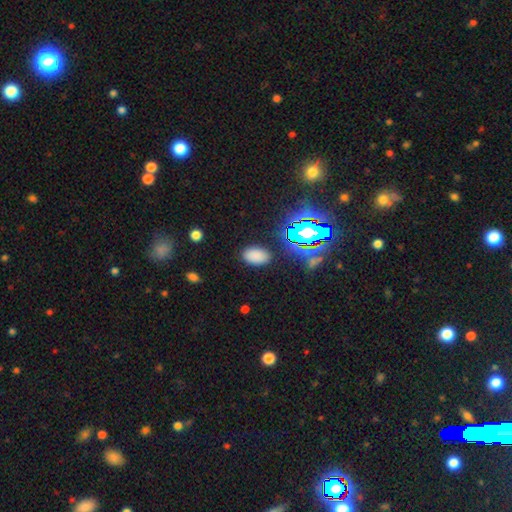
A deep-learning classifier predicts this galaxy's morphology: This appears to be a smooth galaxy with no disk features (77%) that is in between round and cigar-shaped (92%). Merging: none (87%).